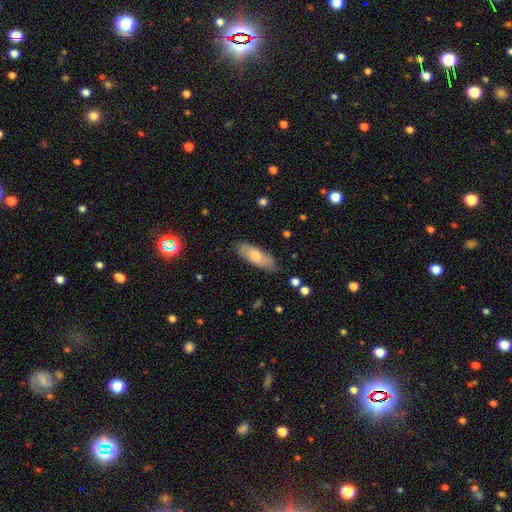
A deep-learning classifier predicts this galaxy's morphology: smooth_or_featured: smooth (p=0.68) [alt: featured or disk p=0.26]
how_rounded: in between (p=0.71) [alt: cigar-shaped p=0.26]
merging: none (p=0.80) [alt: minor disturbance p=0.16]